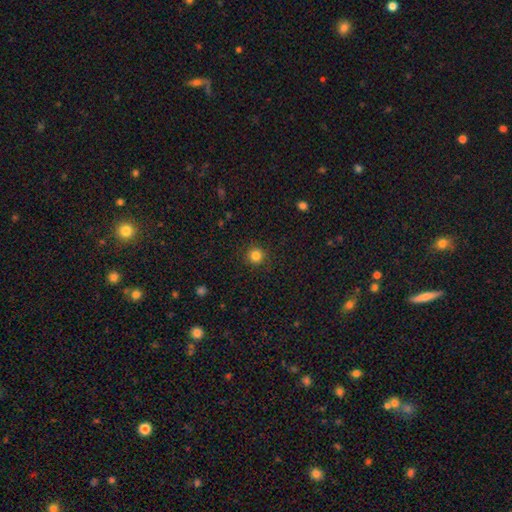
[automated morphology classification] This appears to be a smooth galaxy with no disk features (83%) that is round (94%). Merging: none (90%).